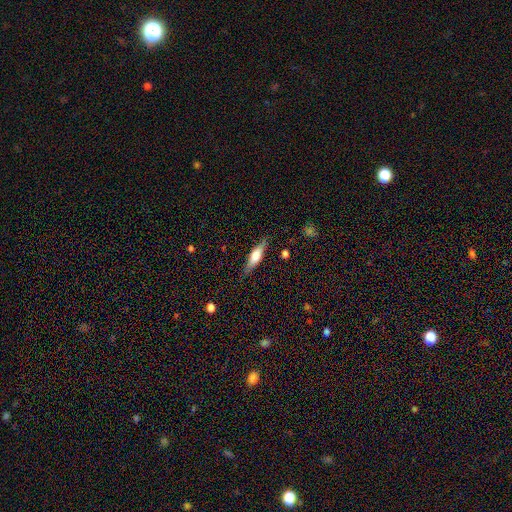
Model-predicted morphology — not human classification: This is possibly a featured or disk galaxy (48%). Merging: clearly none (84%).